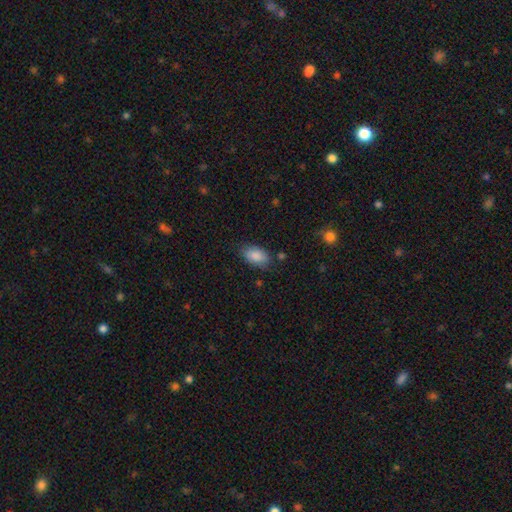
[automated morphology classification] Smooth or featured: smooth — 87% (star or artifact — 7%)
How rounded: in between — 92% (round — 6%)
Merging: none — 77% (minor disturbance — 17%)